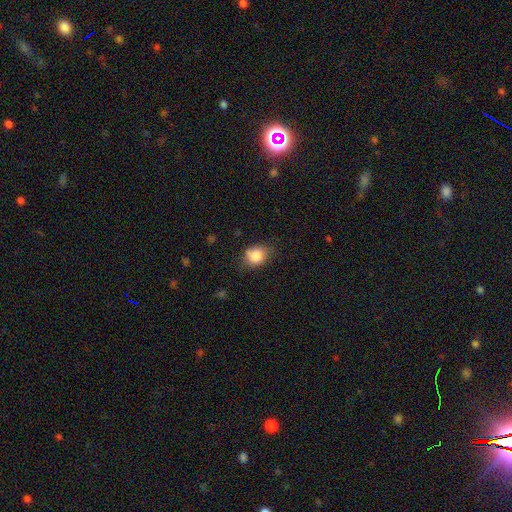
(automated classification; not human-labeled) The model was most divided on "how rounded": round: 56%, in between: 43%, cigar-shaped: 1%. More confident: smooth or featured — smooth (84%); merging — none (62%).